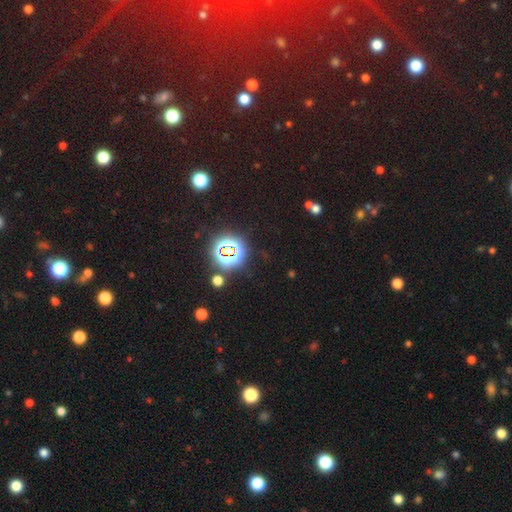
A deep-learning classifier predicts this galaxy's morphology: Q: Smooth or featured?
A: star or artifact (80%); runner-up: smooth (13%)